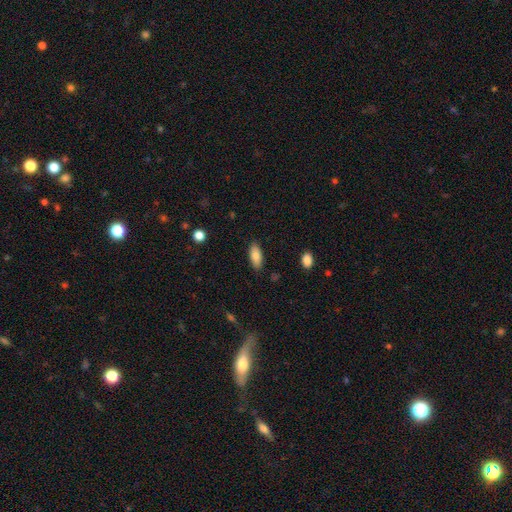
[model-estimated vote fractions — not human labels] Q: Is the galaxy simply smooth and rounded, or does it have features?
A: smooth — 81%.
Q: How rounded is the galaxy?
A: in between — 83%.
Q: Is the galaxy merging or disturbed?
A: none — 86%.